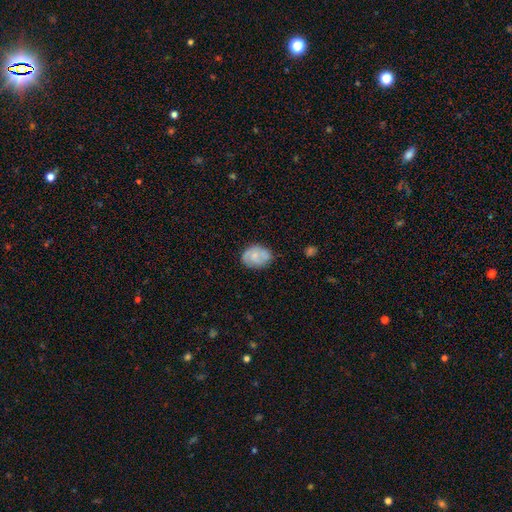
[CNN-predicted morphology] type=smooth (51%); roundness=in between (66%); merging=none (66%).